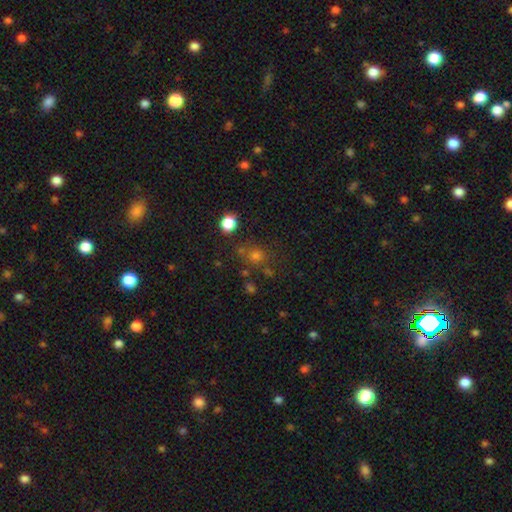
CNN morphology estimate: type=smooth (66%); roundness=round (84%); merging=none (68%).